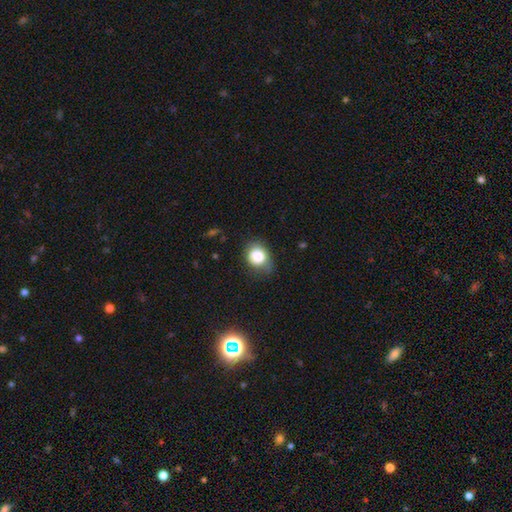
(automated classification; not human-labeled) smooth 81%, featured or disk 10%, star or artifact 10%. Down the decision tree: how rounded — round (55%); merging — none (51%).